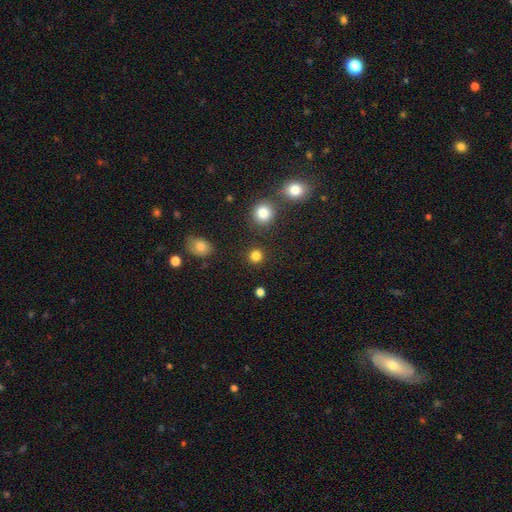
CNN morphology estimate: type=smooth (83%); roundness=round (92%); merging=none (89%).